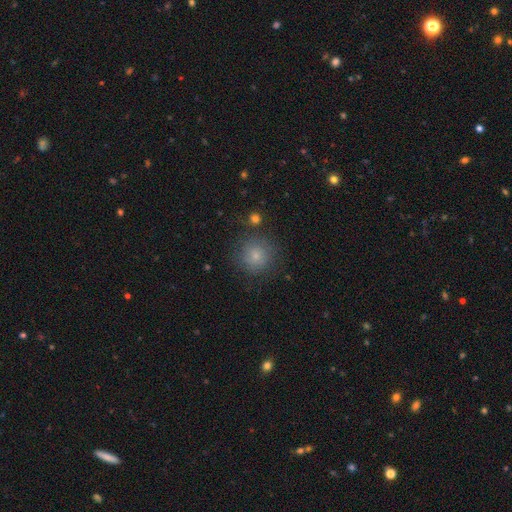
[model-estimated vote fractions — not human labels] Morphology: type=smooth (77%); roundness=round (93%); merging=none (79%).